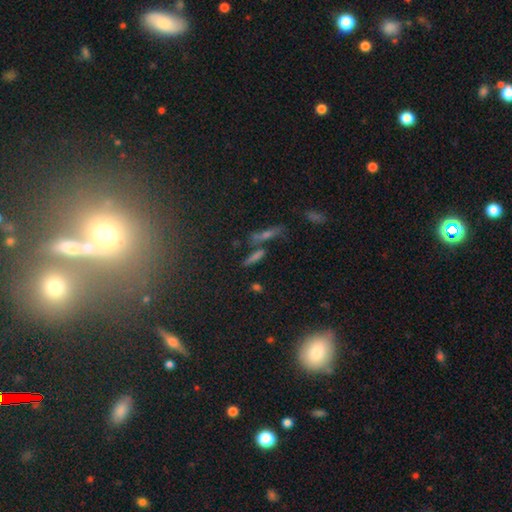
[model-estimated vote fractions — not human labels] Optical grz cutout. It shows a smooth galaxy with no disk features (42%). Merging: none (61%).